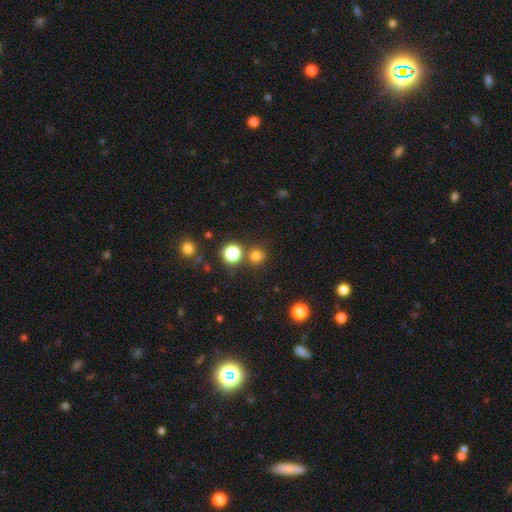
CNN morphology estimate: A smooth galaxy with no disk features (74%) that is round (92%). Merging: none (80%).